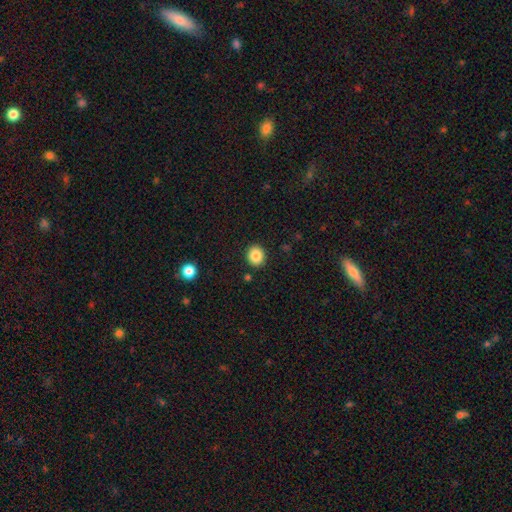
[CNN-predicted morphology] Smooth or featured? Predicted: smooth (p=0.85). How rounded? Predicted: round (p=0.75). Merging? Predicted: none (p=0.90).